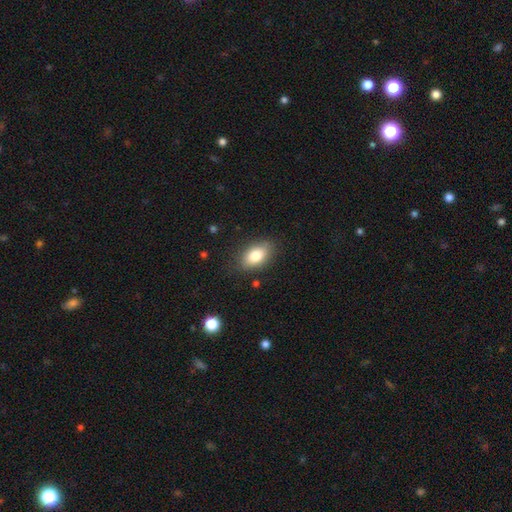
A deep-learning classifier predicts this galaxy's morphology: A smooth galaxy with no disk features (80%) that is in between round and cigar-shaped (89%). Merging: none (83%).